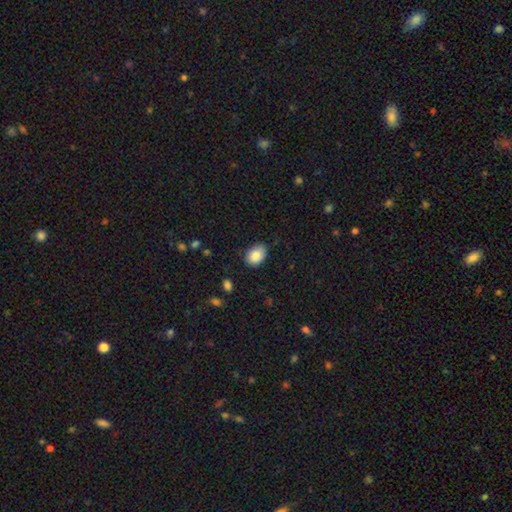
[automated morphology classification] type=smooth (87%); roundness=in between (79%); merging=none (78%).